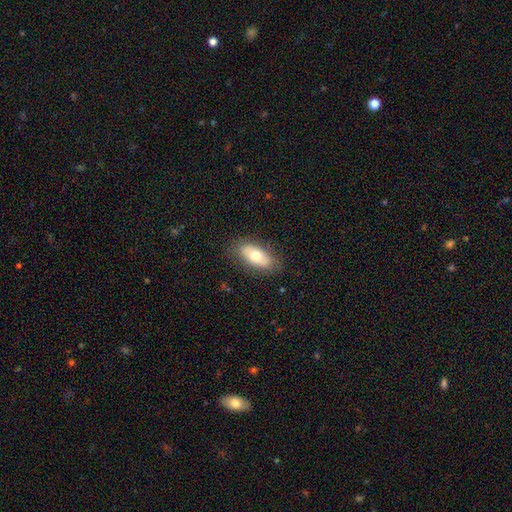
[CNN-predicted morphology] Smooth or featured? Predicted: smooth (p=0.68). How rounded? Predicted: in between (p=0.87). Merging? Predicted: none (p=0.83).